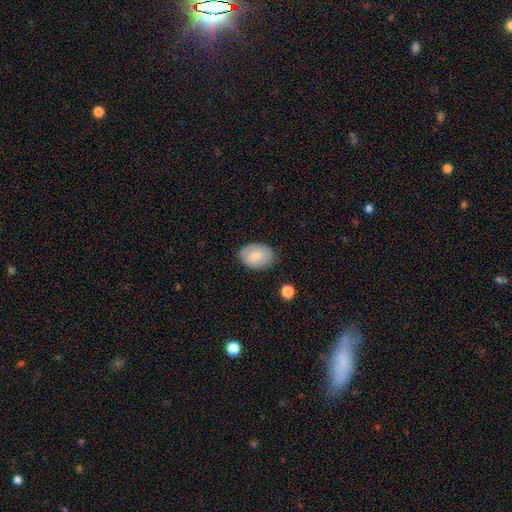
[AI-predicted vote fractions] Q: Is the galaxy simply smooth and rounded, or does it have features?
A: smooth — 78%.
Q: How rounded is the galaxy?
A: in between — 81%.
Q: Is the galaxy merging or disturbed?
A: none — 80%.